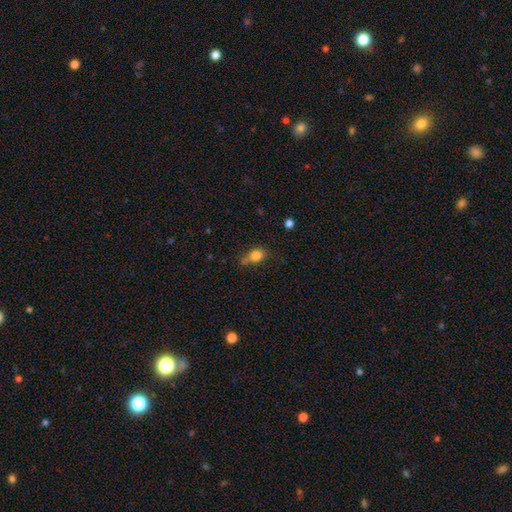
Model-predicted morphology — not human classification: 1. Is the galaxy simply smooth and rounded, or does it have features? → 79% smooth, 11% star or artifact, 10% featured or disk.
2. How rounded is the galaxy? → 51% in between, 46% round, 3% cigar-shaped.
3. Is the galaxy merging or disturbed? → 47% none, 29% minor disturbance, 13% merger, 11% major disturbance.